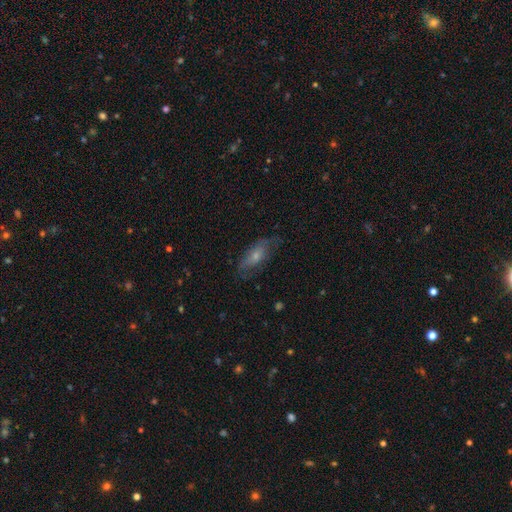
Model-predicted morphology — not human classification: smooth 53%, featured or disk 39%, star or artifact 8%. Down the decision tree: how rounded — in between (72%); merging — none (59%).